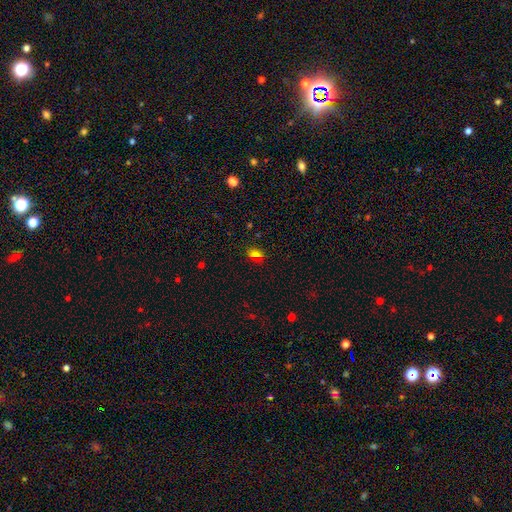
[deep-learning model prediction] Smooth or featured? smooth (67%)
How rounded? in between (67%)
Merging? none (85%)